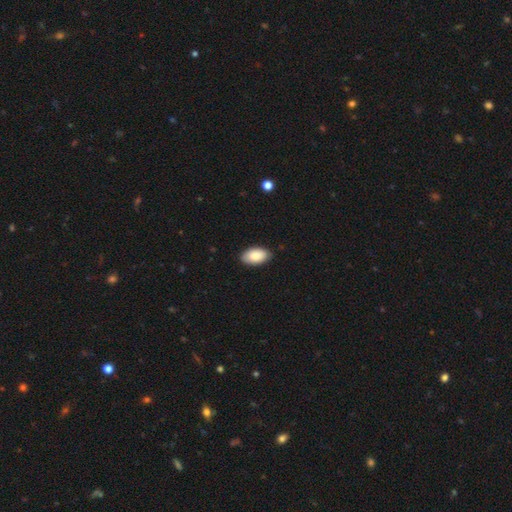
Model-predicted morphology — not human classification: Smooth or featured: smooth — 88% (featured or disk — 6%)
How rounded: in between — 95% (round — 3%)
Merging: none — 86% (minor disturbance — 11%)